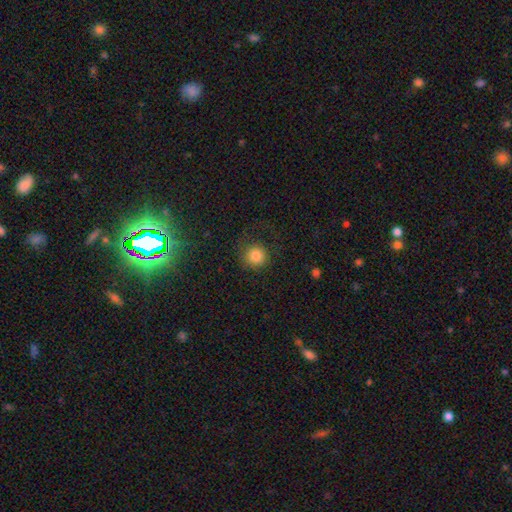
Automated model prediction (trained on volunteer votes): A smooth galaxy with no disk features (83%) that is round (93%).

Vote fractions:
- Smooth or featured? smooth: 83% / star or artifact: 11% / featured or disk: 6%
- How rounded? round: 93% / in between: 6% / cigar-shaped: 1%
- Merging? none: 81% / minor disturbance: 11% / major disturbance: 7% / merger: 1%